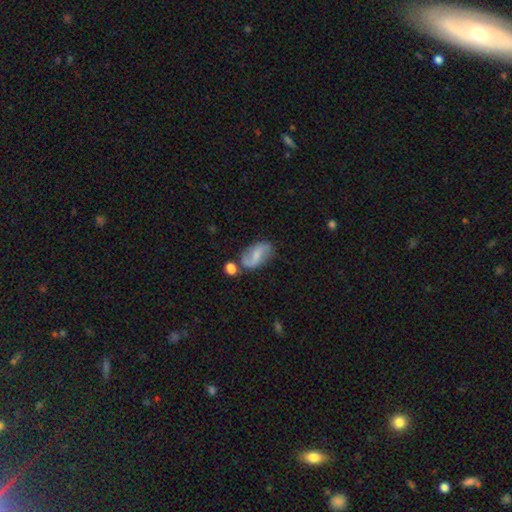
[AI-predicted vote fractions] Overall: featured or disk (55%; smooth 36%). Edge-on disk: no (95%). Bar: weak (45%; no 35%). Spiral arms: yes (85%). Bulge size: small (51%; moderate 25%). Merging: none (60%; minor disturbance 21%).